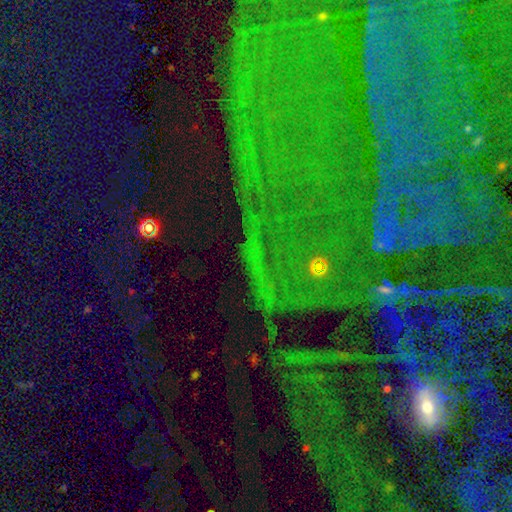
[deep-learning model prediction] A star or artifact, not a galaxy (82%).

Vote fractions:
- Smooth or featured? star or artifact: 82% / featured or disk: 10% / smooth: 8%